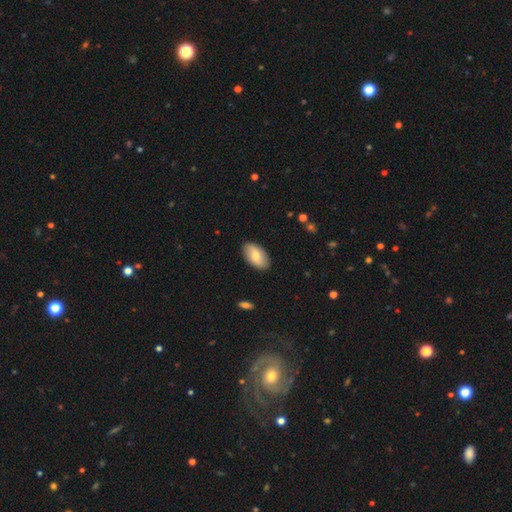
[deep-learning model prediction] smooth-or-featured: smooth: 72% | featured or disk: 22% | star or artifact: 6%
  how-rounded: in between: 95% | round: 3% | cigar-shaped: 2%
  merging: none: 87% | minor disturbance: 10% | major disturbance: 2% | merger: 1%